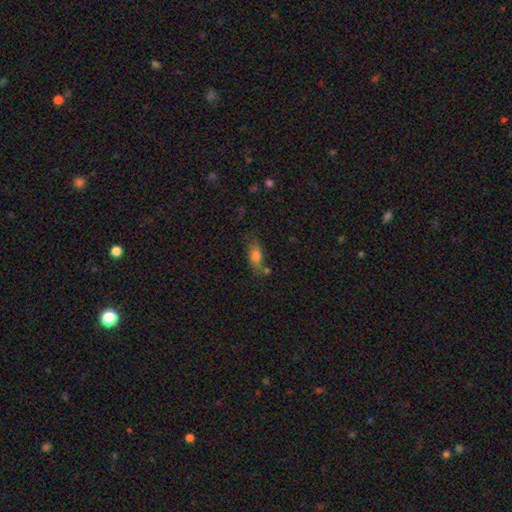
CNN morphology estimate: This appears to be a smooth galaxy with no disk features (77%) that is in between round and cigar-shaped (82%). Merging: none (56%).